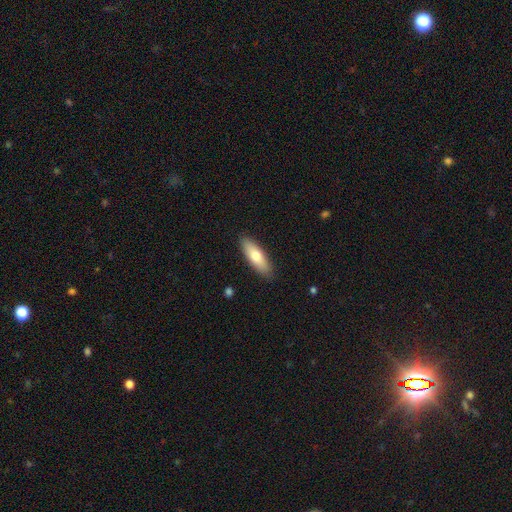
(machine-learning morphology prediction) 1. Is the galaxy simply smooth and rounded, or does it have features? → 72% smooth, 22% featured or disk, 6% star or artifact.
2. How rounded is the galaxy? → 52% in between, 46% cigar-shaped, 2% round.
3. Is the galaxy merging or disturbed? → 88% none, 9% minor disturbance, 2% major disturbance, 1% merger.